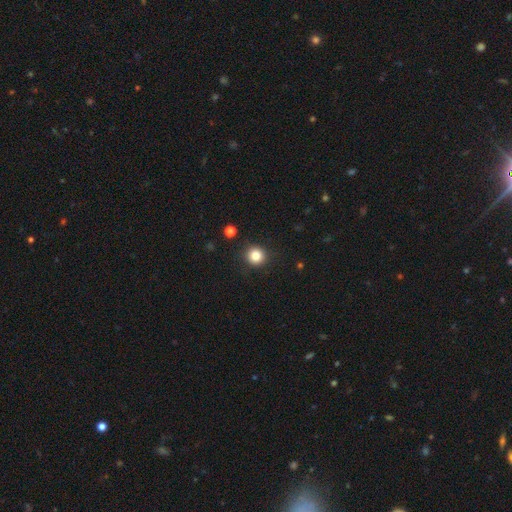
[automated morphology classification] This appears to be a smooth galaxy with no disk features (83%) that is round (93%). Merging: none (91%).